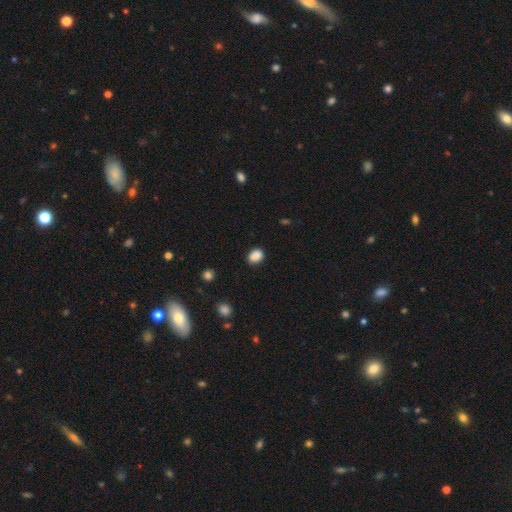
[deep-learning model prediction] Smooth or featured?
  - smooth: 88% *
  - star or artifact: 9%
  - featured or disk: 3%
How rounded?
  - in between: 63% *
  - round: 36%
  - cigar-shaped: 1%
Merging?
  - none: 85% *
  - minor disturbance: 11%
  - major disturbance: 3%
  - merger: 1%